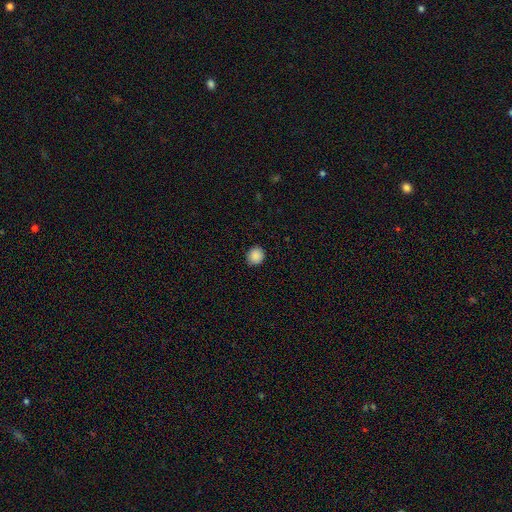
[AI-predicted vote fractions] smooth 88%, star or artifact 9%, featured or disk 3%. Down the decision tree: how rounded — round (84%); merging — none (89%).